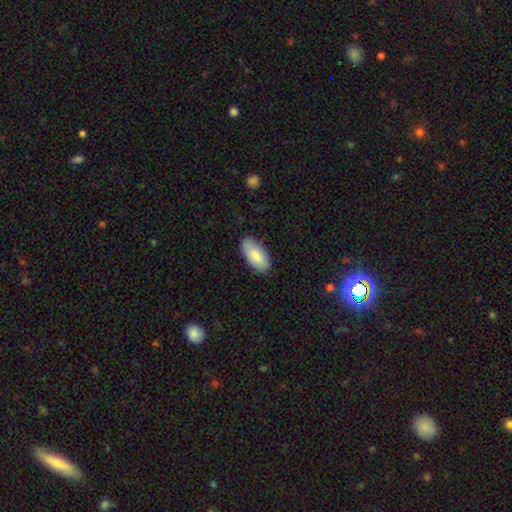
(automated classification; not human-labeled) smooth_or_featured: smooth (p=0.85) [alt: featured or disk p=0.10]
how_rounded: in between (p=0.93) [alt: cigar-shaped p=0.06]
merging: none (p=0.85) [alt: minor disturbance p=0.12]